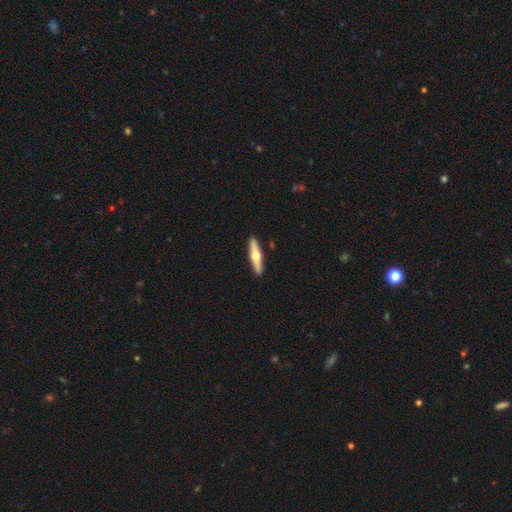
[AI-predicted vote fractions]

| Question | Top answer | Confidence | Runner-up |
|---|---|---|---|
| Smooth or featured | featured or disk | 63% | smooth (32%) |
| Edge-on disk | yes | 96% | no (4%) |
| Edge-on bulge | rounded | 95% | boxy (2%) |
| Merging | none | 92% | minor disturbance (6%) |